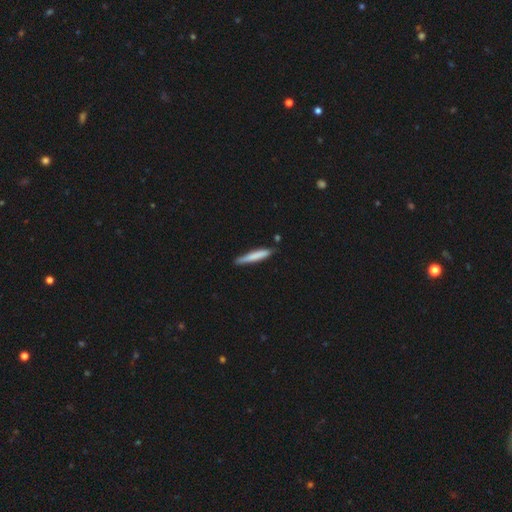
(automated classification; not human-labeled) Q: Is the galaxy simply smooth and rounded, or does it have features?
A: smooth — 75%.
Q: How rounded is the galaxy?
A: cigar-shaped — 94%.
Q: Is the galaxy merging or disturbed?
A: none — 79%.